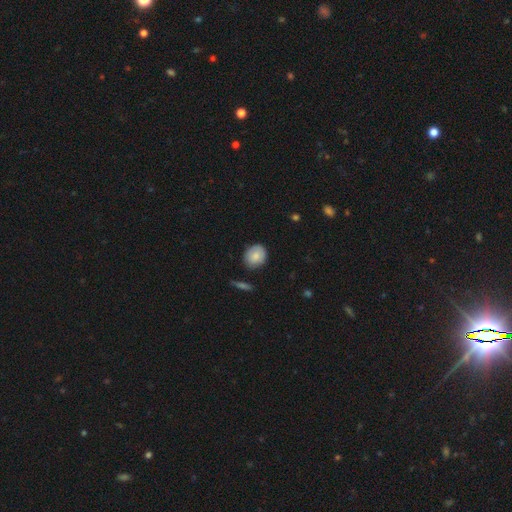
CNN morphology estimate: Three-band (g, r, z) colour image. It shows a smooth galaxy with no disk features (81%) that is round (70%). Merging: none (81%).